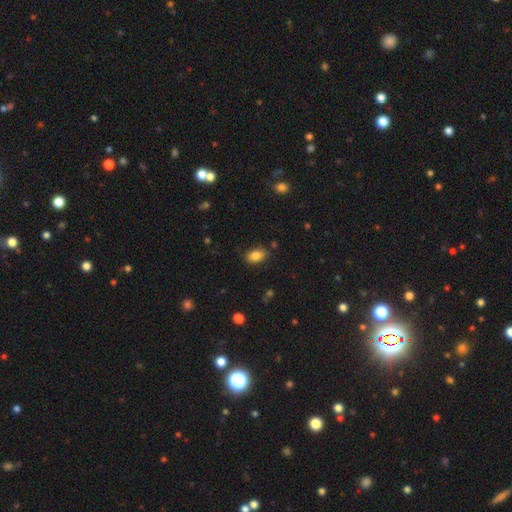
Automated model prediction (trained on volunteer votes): smooth_or_featured: smooth (p=0.85) [alt: star or artifact p=0.09]
how_rounded: in between (p=0.88) [alt: round p=0.10]
merging: none (p=0.81) [alt: minor disturbance p=0.13]